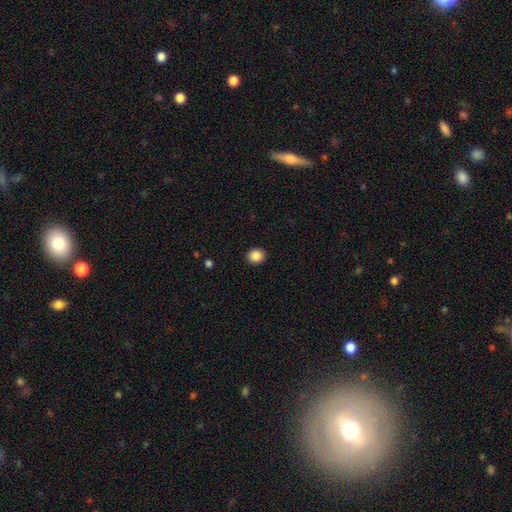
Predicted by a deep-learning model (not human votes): Overall: smooth (88%). How rounded: round (76%). Merging: none (92%).